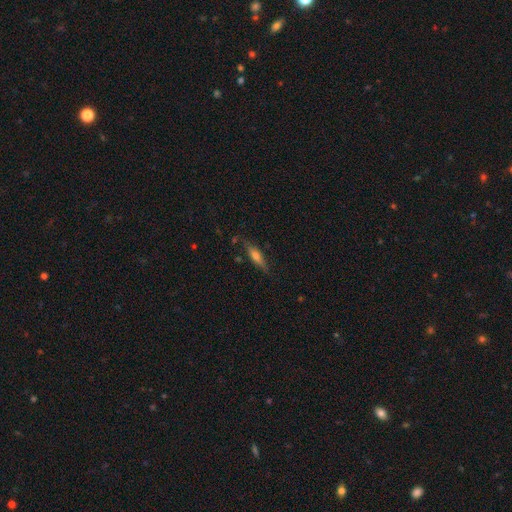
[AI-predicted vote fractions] The model was most divided on "smooth or featured": featured or disk: 48%, smooth: 43%, star or artifact: 8%. More confident: merging — none (78%).